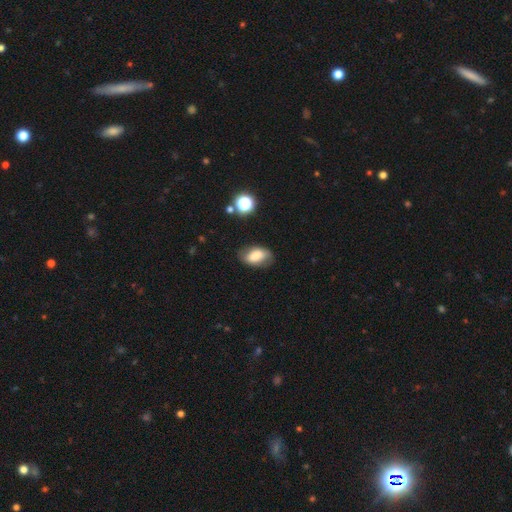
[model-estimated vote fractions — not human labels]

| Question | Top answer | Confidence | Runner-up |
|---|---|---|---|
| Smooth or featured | smooth | 72% | featured or disk (19%) |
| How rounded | in between | 91% | round (7%) |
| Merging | none | 75% | minor disturbance (18%) |